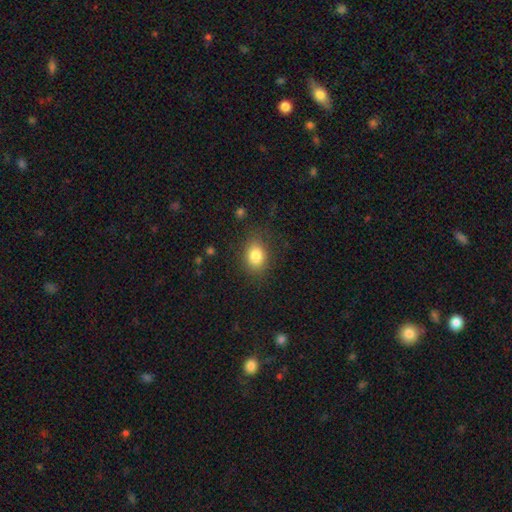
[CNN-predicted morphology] Smooth or featured? Predicted: smooth (p=0.83). How rounded? Predicted: in between (p=0.67). Merging? Predicted: none (p=0.79).